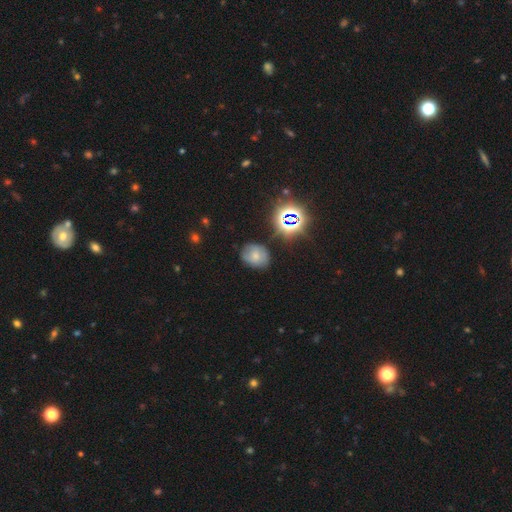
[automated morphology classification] Smooth or featured? smooth (62%)
How rounded? round (58%)
Merging? none (74%)